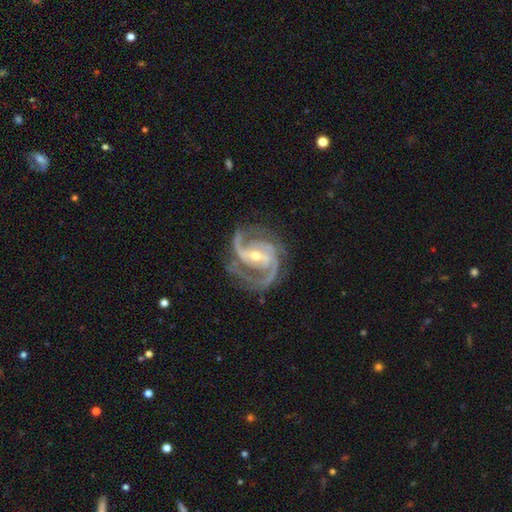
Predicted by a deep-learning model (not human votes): Morphology: type=featured or disk (93%); edge-on=no (98%); bar=strong (43%); spiral arms=yes (99%); winding=medium (56%); arm count=2 (53%); bulge=small (49%); merging=none (71%).